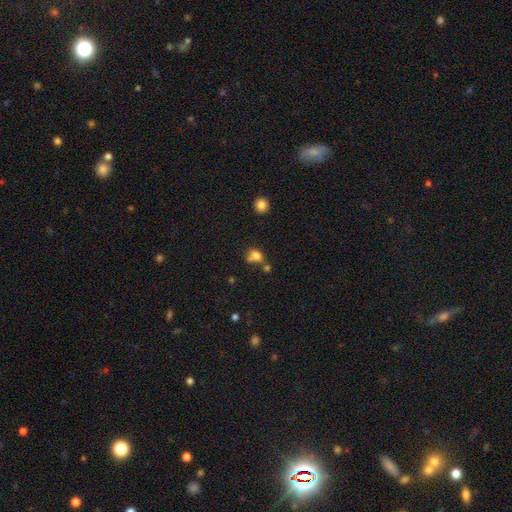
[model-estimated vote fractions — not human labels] Smooth or featured? Predicted: smooth (p=0.77). How rounded? Predicted: round (p=0.51). Merging? Predicted: none (p=0.41).